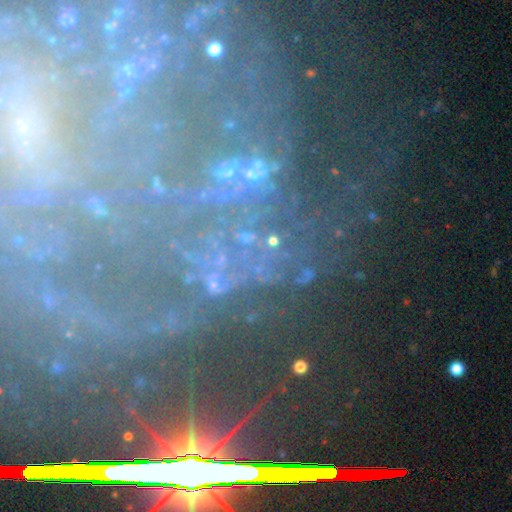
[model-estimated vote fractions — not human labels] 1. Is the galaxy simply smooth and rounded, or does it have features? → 53% star or artifact, 34% featured or disk, 13% smooth.